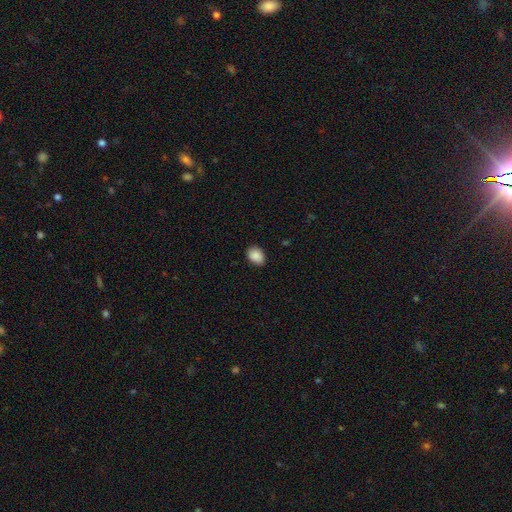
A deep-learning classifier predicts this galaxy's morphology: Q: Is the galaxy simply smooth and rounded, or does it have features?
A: smooth — 89%.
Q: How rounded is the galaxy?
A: in between — 67%.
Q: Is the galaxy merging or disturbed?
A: none — 86%.